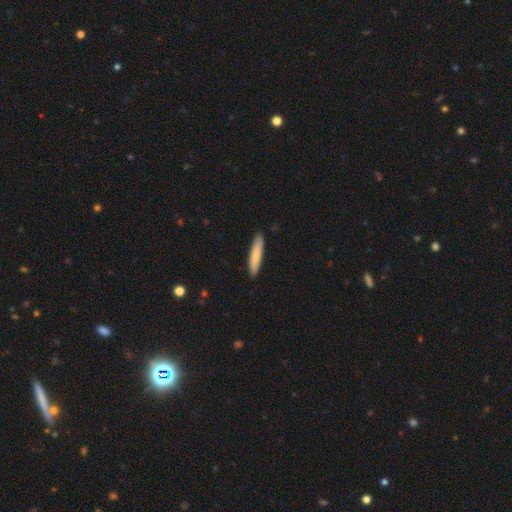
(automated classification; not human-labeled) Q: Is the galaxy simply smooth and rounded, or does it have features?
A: smooth — 78%.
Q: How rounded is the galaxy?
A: cigar-shaped — 87%.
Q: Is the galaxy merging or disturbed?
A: none — 90%.